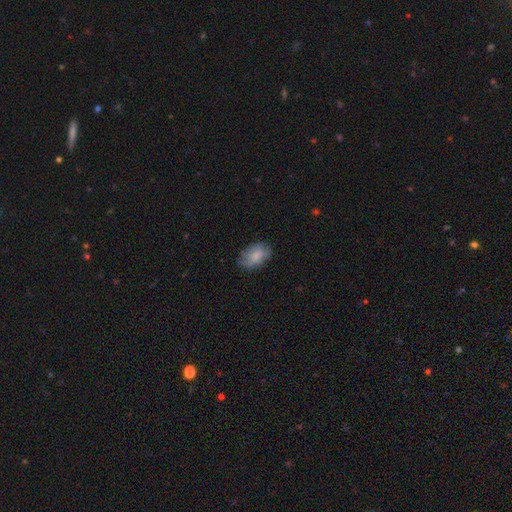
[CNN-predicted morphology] Smooth or featured: smooth — 70% (featured or disk — 22%)
How rounded: in between — 89% (round — 10%)
Merging: none — 67% (minor disturbance — 24%)